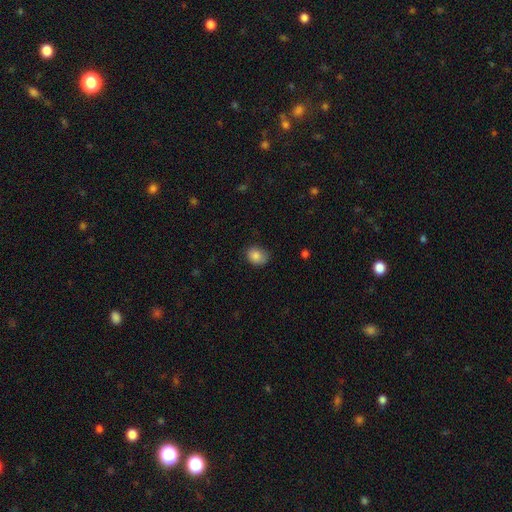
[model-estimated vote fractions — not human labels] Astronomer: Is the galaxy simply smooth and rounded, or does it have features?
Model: smooth — 85%.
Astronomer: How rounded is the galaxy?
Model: in between — 50% (runner-up: round, 49%).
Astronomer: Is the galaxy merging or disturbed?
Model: none — 74%.